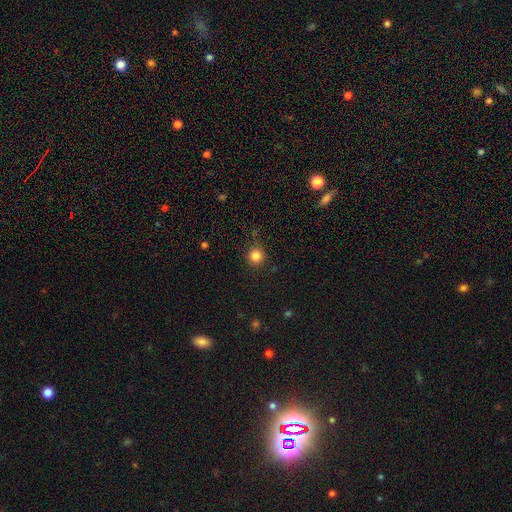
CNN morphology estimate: Smooth or featured: smooth — 83% (star or artifact — 12%)
How rounded: round — 93% (in between — 6%)
Merging: none — 87% (minor disturbance — 9%)